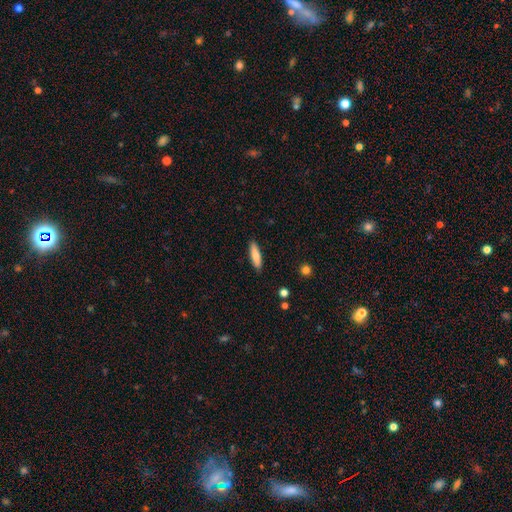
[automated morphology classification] Overall: smooth (78%). How rounded: cigar-shaped (65%; in between 34%). Merging: none (88%).